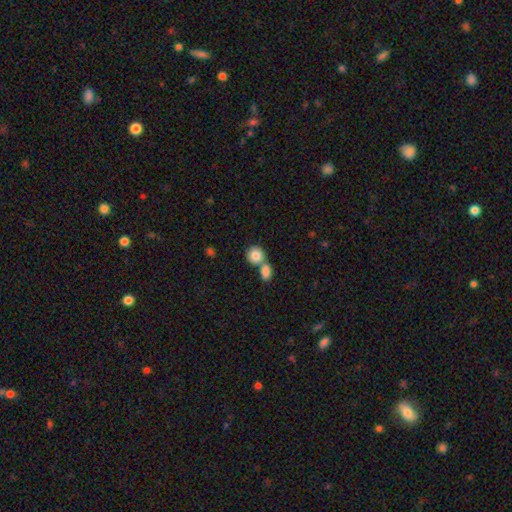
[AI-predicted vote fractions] smooth 84%, featured or disk 8%, star or artifact 8%. Down the decision tree: how rounded — round (80%); merging — merger (47%).